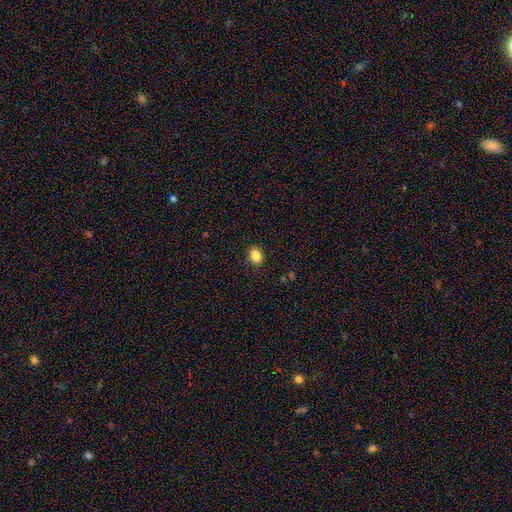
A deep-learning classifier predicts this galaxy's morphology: A smooth galaxy with no disk features (85%) that is in between round and cigar-shaped (54%).

Vote fractions:
- Smooth or featured? smooth: 85% / star or artifact: 10% / featured or disk: 4%
- How rounded? in between: 54% / round: 45% / cigar-shaped: 1%
- Merging? none: 86% / minor disturbance: 10% / major disturbance: 3% / merger: 1%